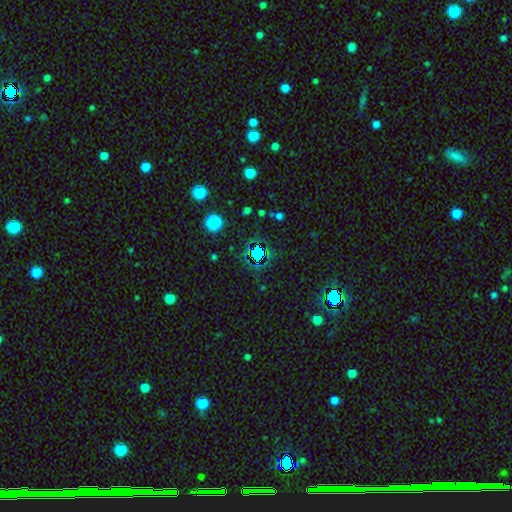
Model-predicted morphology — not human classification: Smooth or featured? star or artifact (75%)